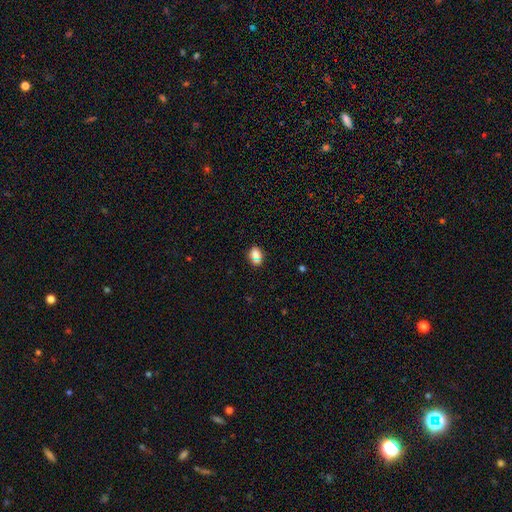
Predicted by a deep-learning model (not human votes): Smooth or featured? Predicted: smooth (p=0.80). How rounded? Predicted: in between (p=0.67). Merging? Predicted: none (p=0.58).